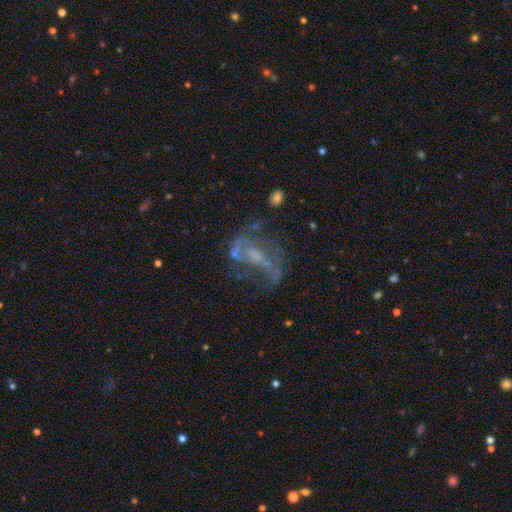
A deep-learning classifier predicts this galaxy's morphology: A featured or disk galaxy (75%) with a weak bar (40%), spiral arms (69%) and a small central bulge (41%). Merging: none (45%).